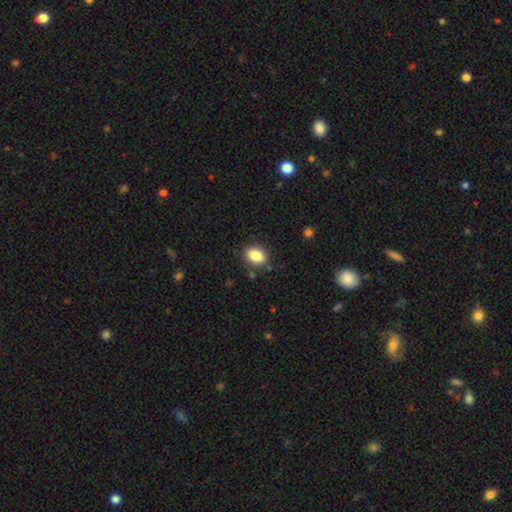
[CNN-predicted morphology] Smooth or featured? smooth (87%)
How rounded? in between (75%)
Merging? none (83%)